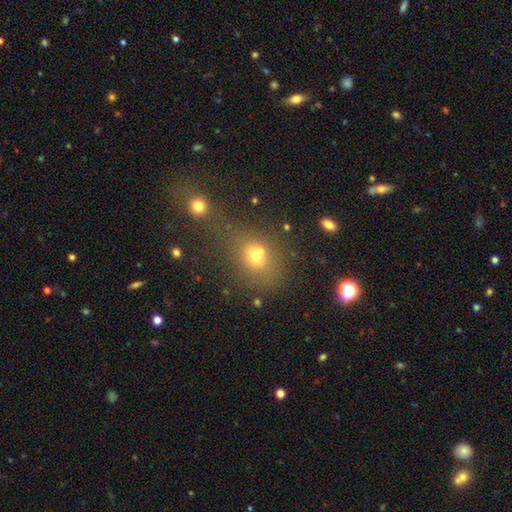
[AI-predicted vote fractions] This is likely a smooth galaxy (65%). How rounded: likely round (61%). Merging: possibly none (49%).